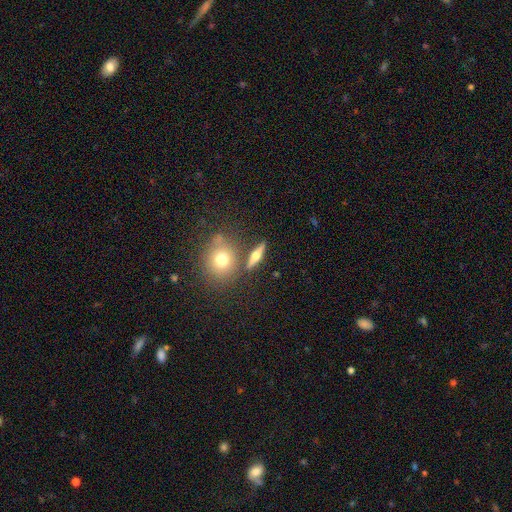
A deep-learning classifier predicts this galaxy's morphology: smooth-or-featured: featured or disk: 58% | smooth: 33% | star or artifact: 9%
  disk-edge-on: yes: 90% | no: 10%
    edge-on-bulge: rounded: 95% | boxy: 3% | none: 2%
  merging: none: 80% | minor disturbance: 9% | merger: 8% | major disturbance: 4%